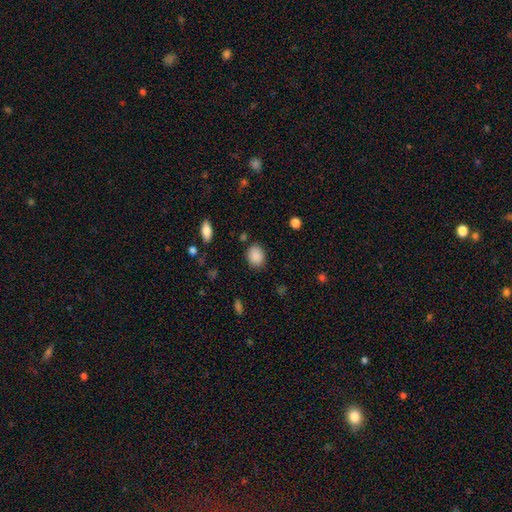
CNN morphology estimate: Q: Smooth or featured?
A: smooth (88%); runner-up: star or artifact (9%)
Q: How rounded?
A: round (55%); runner-up: in between (44%)
Q: Merging?
A: none (83%); runner-up: minor disturbance (12%)